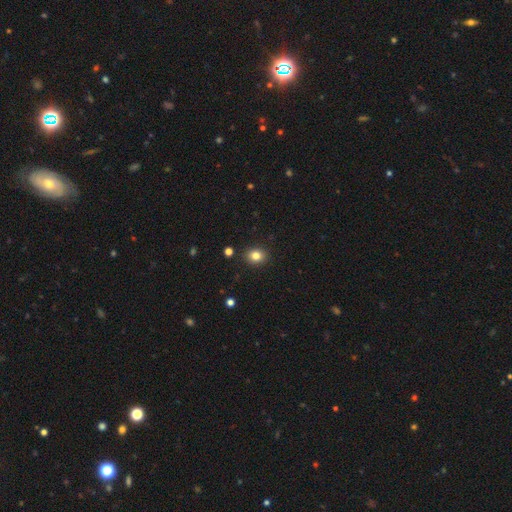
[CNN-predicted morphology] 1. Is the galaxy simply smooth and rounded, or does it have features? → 82% smooth, 12% star or artifact, 7% featured or disk.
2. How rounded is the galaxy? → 63% round, 36% in between, 1% cigar-shaped.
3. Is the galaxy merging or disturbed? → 90% none, 7% minor disturbance, 2% major disturbance, 2% merger.